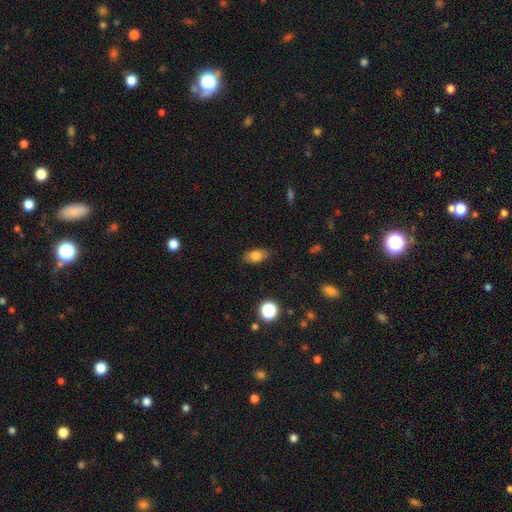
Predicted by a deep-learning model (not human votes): Smooth or featured: smooth — 79% (featured or disk — 11%)
How rounded: in between — 84% (round — 11%)
Merging: none — 82% (minor disturbance — 13%)